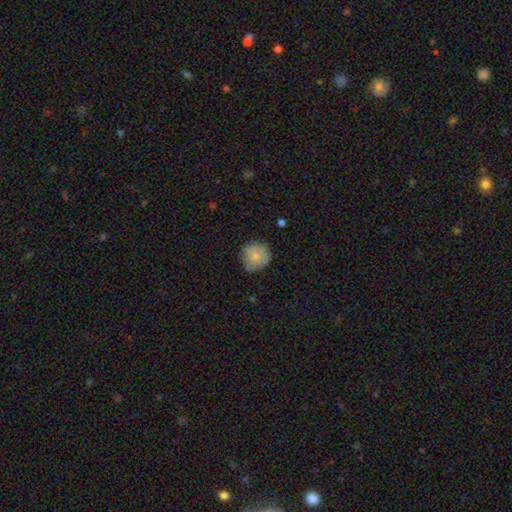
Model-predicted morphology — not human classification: smooth-or-featured: smooth: 79% | featured or disk: 13% | star or artifact: 8%
  how-rounded: round: 88% | in between: 11% | cigar-shaped: 1%
  merging: none: 67% | minor disturbance: 27% | major disturbance: 5% | merger: 1%